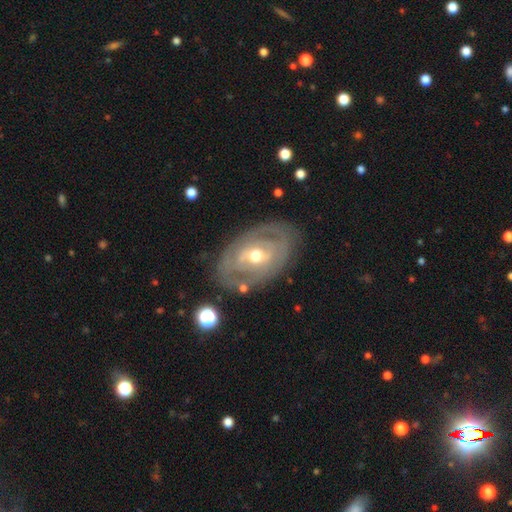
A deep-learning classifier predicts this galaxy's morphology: This appears to be a featured or disk galaxy (77%) with no bar (42%), spiral arms (57%) and a moderate central bulge (70%). Merging: none (76%).